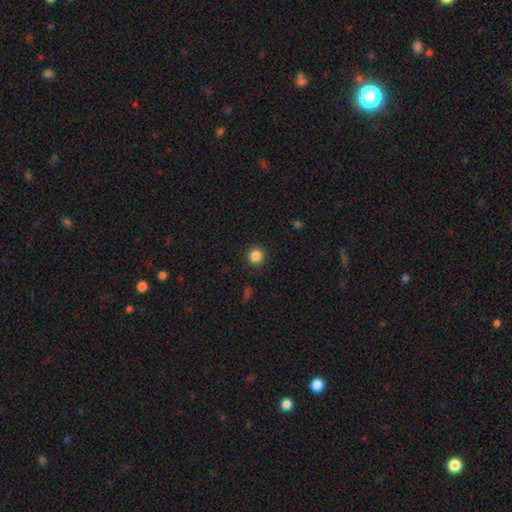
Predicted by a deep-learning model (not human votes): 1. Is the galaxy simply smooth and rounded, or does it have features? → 85% smooth, 11% star or artifact, 4% featured or disk.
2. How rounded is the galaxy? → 92% round, 7% in between, 1% cigar-shaped.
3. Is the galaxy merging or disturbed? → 91% none, 6% minor disturbance, 2% major disturbance, 1% merger.